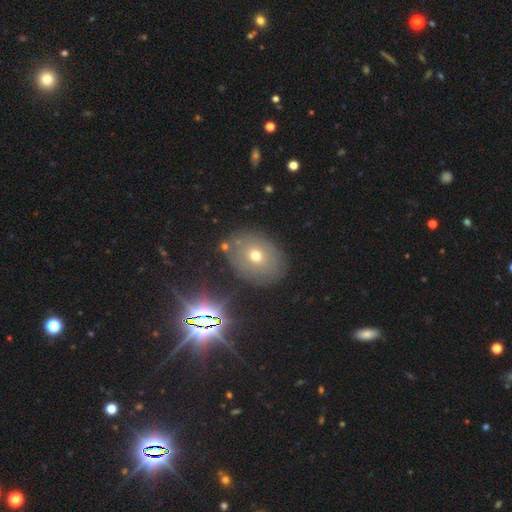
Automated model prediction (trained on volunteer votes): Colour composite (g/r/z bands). It shows a smooth galaxy with no disk features (54%) that is in between round and cigar-shaped (58%). Merging: none (81%).